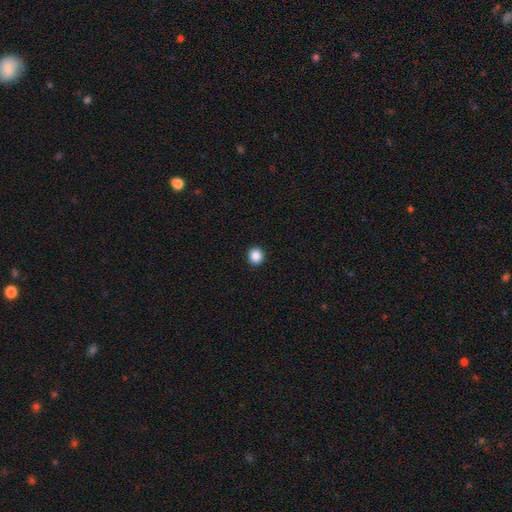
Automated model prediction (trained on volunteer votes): A smooth galaxy with no disk features (87%) that is round (93%).

Vote fractions:
- Smooth or featured? smooth: 87% / star or artifact: 10% / featured or disk: 3%
- How rounded? round: 93% / in between: 6% / cigar-shaped: 1%
- Merging? none: 94% / minor disturbance: 4% / major disturbance: 1% / merger: 1%